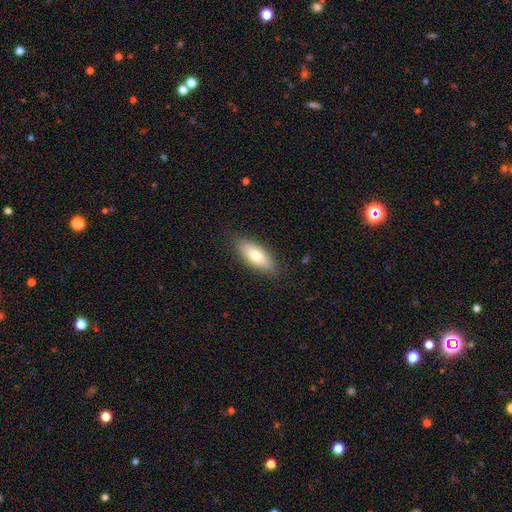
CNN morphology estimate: Overall: smooth (73%). How rounded: in between (78%). Merging: none (87%).